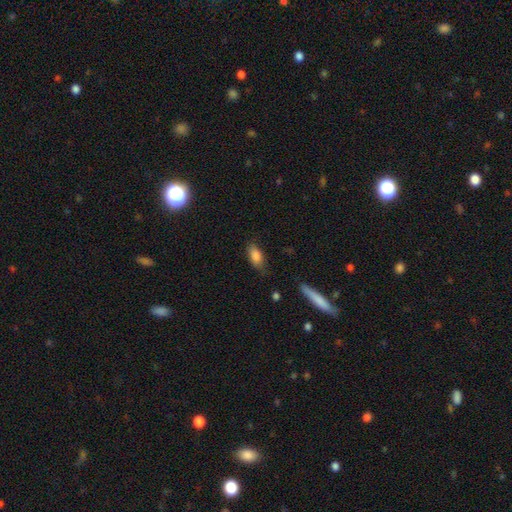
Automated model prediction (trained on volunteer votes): Smooth or featured?
  - smooth: 83% *
  - featured or disk: 9%
  - star or artifact: 8%
How rounded?
  - in between: 85% *
  - cigar-shaped: 11%
  - round: 4%
Merging?
  - none: 72% *
  - minor disturbance: 21%
  - major disturbance: 5%
  - merger: 2%